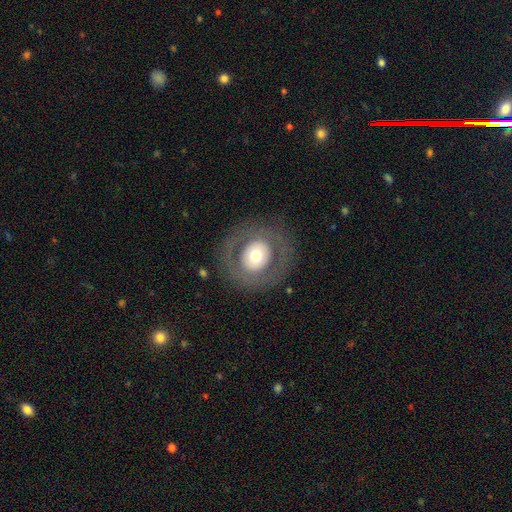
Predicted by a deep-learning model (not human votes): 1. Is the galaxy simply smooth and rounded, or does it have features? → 49% smooth, 43% featured or disk, 8% star or artifact.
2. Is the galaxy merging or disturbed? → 82% none, 9% minor disturbance, 8% major disturbance, 1% merger.